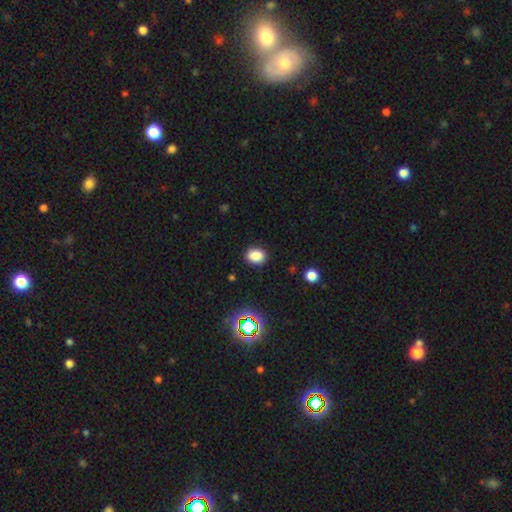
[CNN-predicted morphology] smooth 84%, star or artifact 11%, featured or disk 4%. Down the decision tree: how rounded — in between (59%); merging — none (86%).